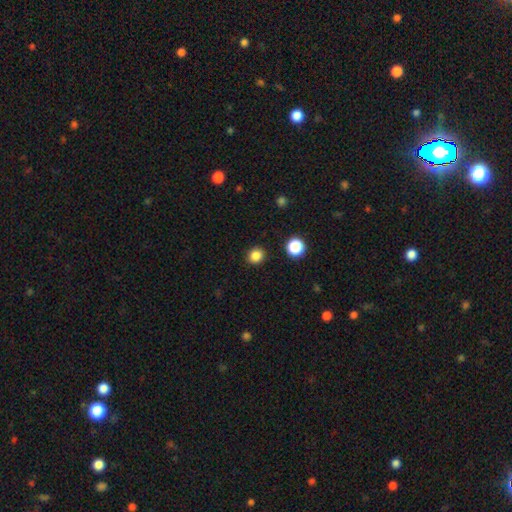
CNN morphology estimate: Smooth or featured? smooth (84%)
How rounded? round (83%)
Merging? none (90%)